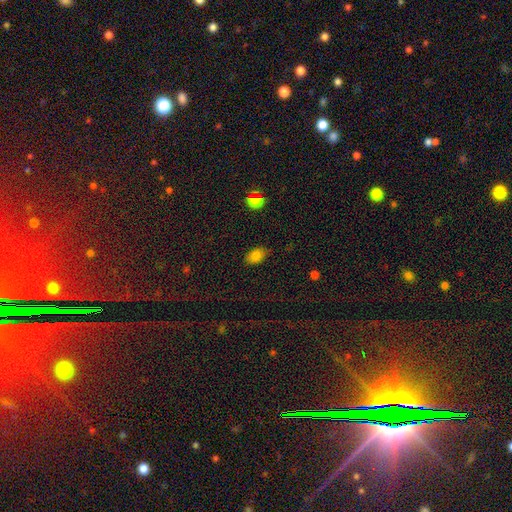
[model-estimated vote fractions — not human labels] Smooth or featured: smooth — 79% (star or artifact — 14%)
How rounded: in between — 87% (round — 11%)
Merging: none — 79% (minor disturbance — 16%)